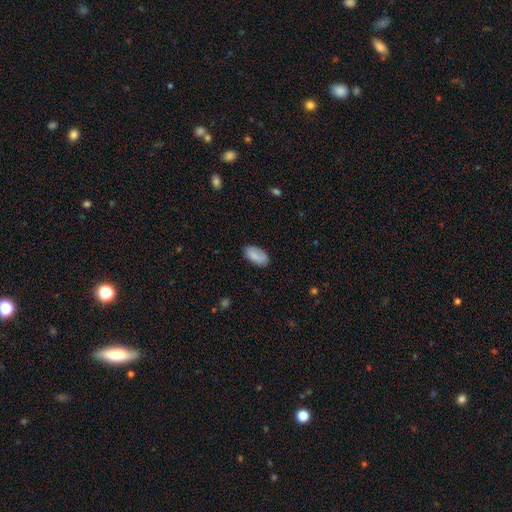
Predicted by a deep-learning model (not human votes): This is clearly a smooth galaxy (87%). How rounded: clearly in between (94%). Merging: clearly none (82%).